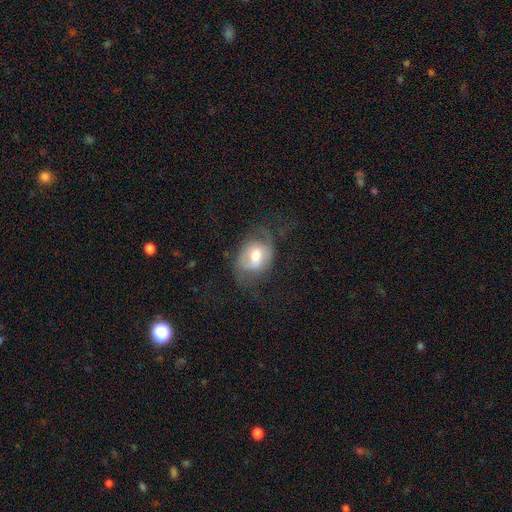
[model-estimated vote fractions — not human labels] Morphology: type=featured or disk (52%); edge-on=no (95%); merging=none (49%).